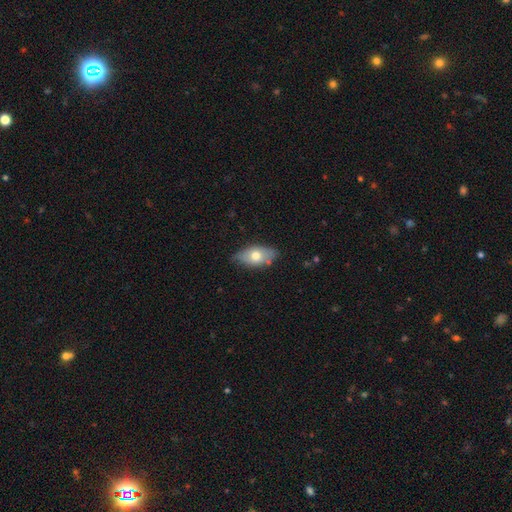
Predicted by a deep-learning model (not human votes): Smooth or featured: smooth — 66% (featured or disk — 27%)
How rounded: in between — 89% (round — 6%)
Merging: none — 72% (minor disturbance — 22%)